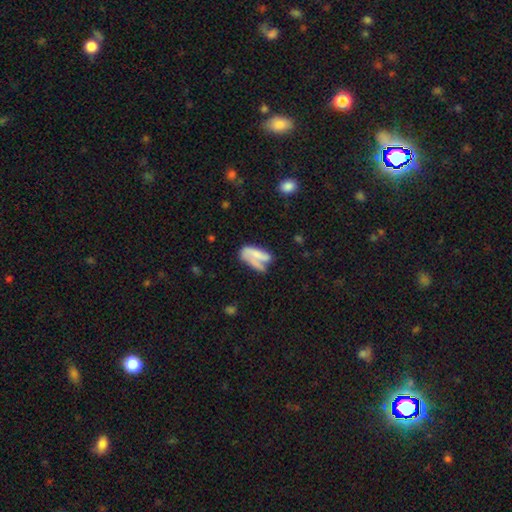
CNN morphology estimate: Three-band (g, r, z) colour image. It shows a smooth galaxy with no disk features (53%) that is in between round and cigar-shaped (73%). Merging: major disturbance (29%).